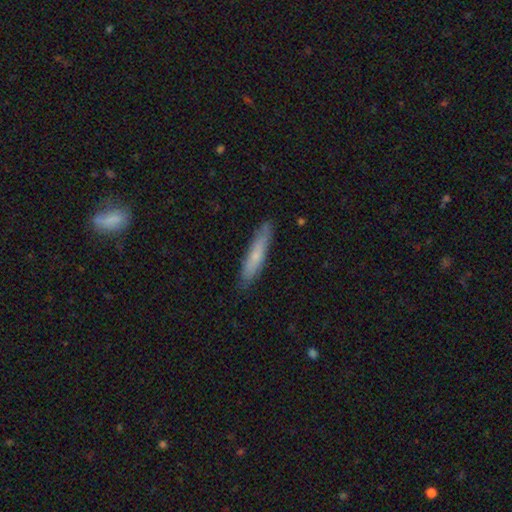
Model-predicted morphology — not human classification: The model was most divided on "smooth or featured": smooth: 64%, featured or disk: 30%, star or artifact: 6%. More confident: how rounded — cigar-shaped (90%); merging — none (85%).